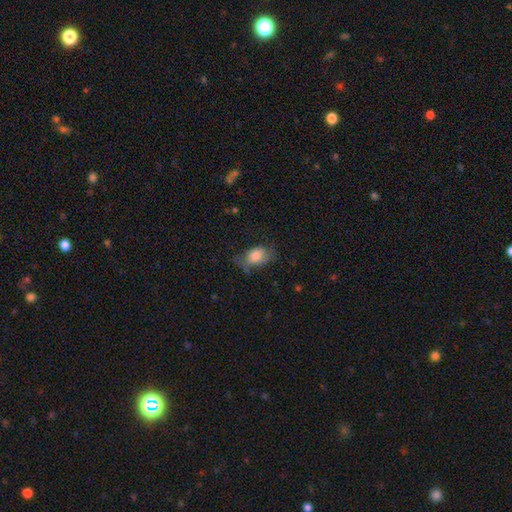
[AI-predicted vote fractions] Overall: smooth (77%). How rounded: in between (85%). Merging: none (42%; minor disturbance 35%).